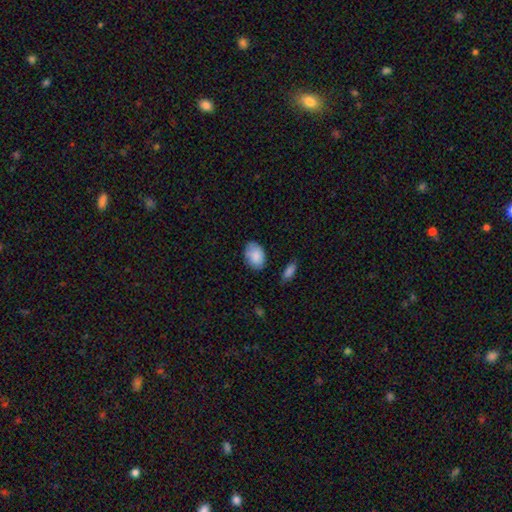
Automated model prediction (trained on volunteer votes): This is clearly a smooth galaxy (86%). How rounded: clearly in between (85%). Merging: likely none (76%).